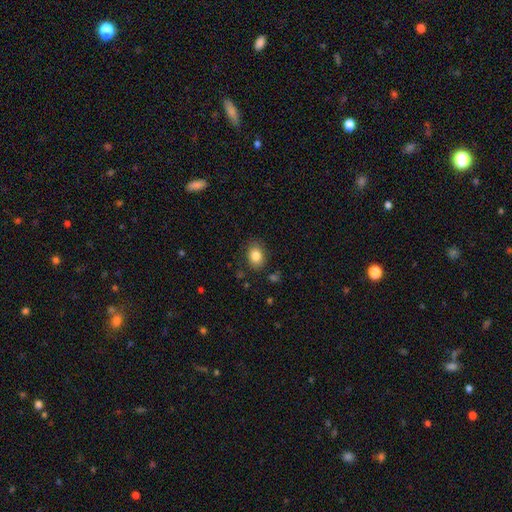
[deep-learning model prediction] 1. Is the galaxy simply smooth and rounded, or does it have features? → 84% smooth, 9% star or artifact, 8% featured or disk.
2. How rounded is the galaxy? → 68% in between, 31% round, 1% cigar-shaped.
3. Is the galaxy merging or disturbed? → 84% none, 12% minor disturbance, 3% major disturbance, 2% merger.